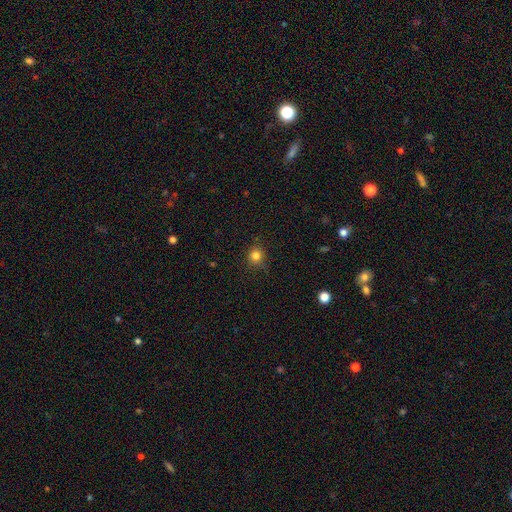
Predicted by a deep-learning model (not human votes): smooth-or-featured: smooth: 81% | star or artifact: 13% | featured or disk: 5%
  how-rounded: round: 90% | in between: 9% | cigar-shaped: 1%
  merging: none: 85% | minor disturbance: 11% | major disturbance: 3% | merger: 1%